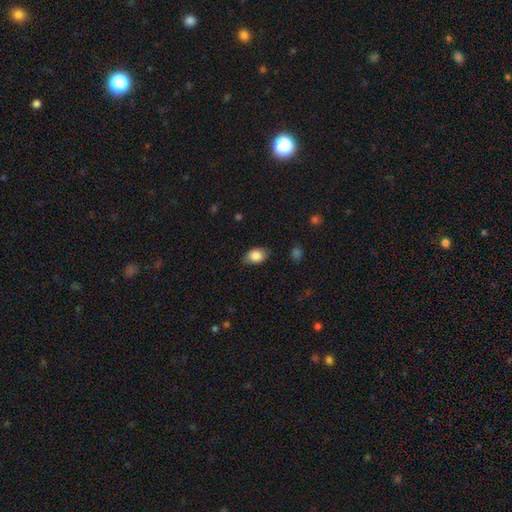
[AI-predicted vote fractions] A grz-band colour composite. It shows a smooth galaxy with no disk features (84%) that is in between round and cigar-shaped (72%). Merging: none (70%).